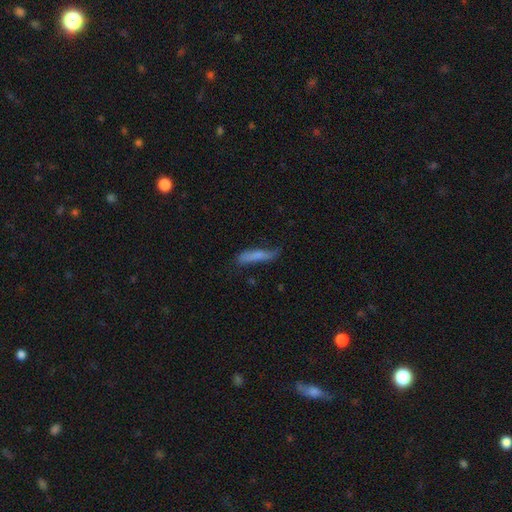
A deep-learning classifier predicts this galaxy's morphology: Smooth or featured? Predicted: smooth (p=0.67). How rounded? Predicted: cigar-shaped (p=0.84). Merging? Predicted: none (p=0.53).